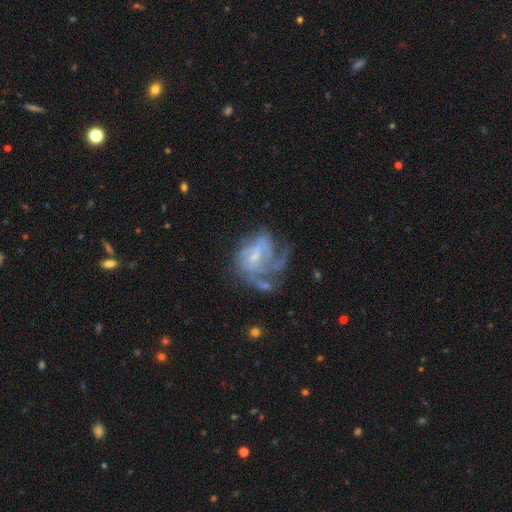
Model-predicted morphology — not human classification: Q: Smooth or featured?
A: featured or disk (81%); runner-up: smooth (11%)
Q: Edge-on disk?
A: no (98%); runner-up: yes (2%)
Q: Bar?
A: weak (47%); runner-up: no (43%)
Q: Spiral arms?
A: yes (89%); runner-up: no (11%)
Q: Spiral winding?
A: tight (43%); runner-up: medium (40%)
Q: Spiral arm count?
A: can't tell (35%); runner-up: 3 (24%)
Q: Bulge size?
A: small (60%); runner-up: moderate (25%)
Q: Merging?
A: none (36%); runner-up: major disturbance (34%)